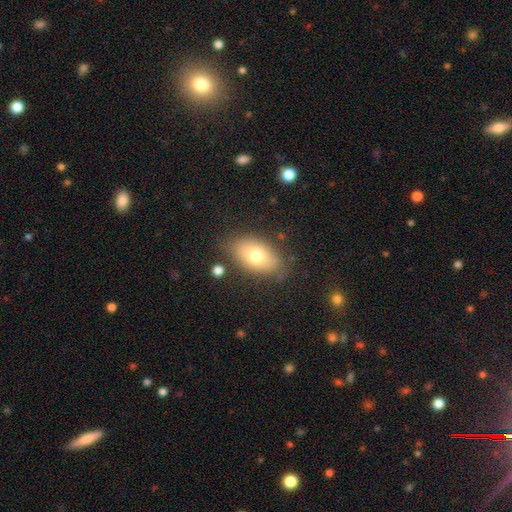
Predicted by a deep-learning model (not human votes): Smooth or featured?
  - smooth: 73% *
  - featured or disk: 19%
  - star or artifact: 8%
How rounded?
  - in between: 90% *
  - round: 8%
  - cigar-shaped: 2%
Merging?
  - none: 79% *
  - minor disturbance: 14%
  - major disturbance: 4%
  - merger: 2%